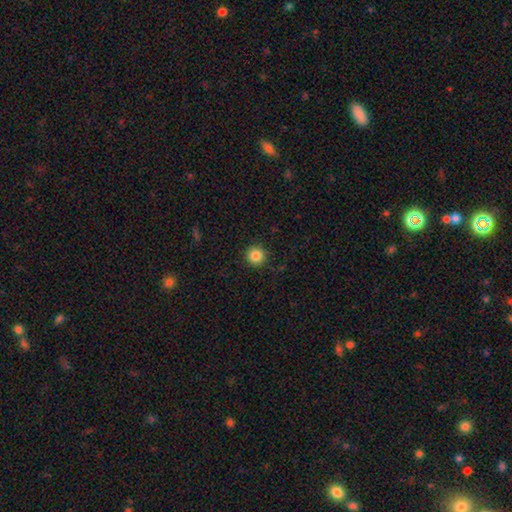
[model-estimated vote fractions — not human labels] This is clearly a smooth galaxy (85%). How rounded: clearly round (95%). Merging: clearly none (92%).